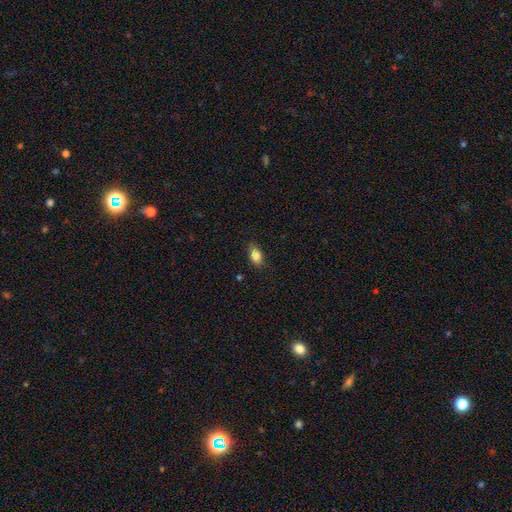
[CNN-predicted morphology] Smooth or featured? smooth (84%)
How rounded? in between (85%)
Merging? none (80%)